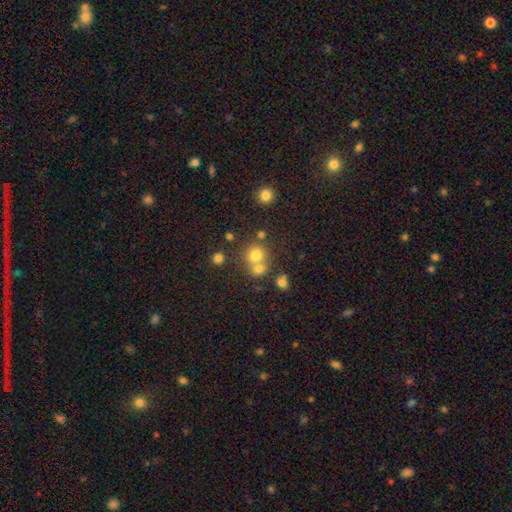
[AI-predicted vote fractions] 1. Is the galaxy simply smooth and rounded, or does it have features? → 74% smooth, 16% star or artifact, 11% featured or disk.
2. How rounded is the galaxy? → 84% round, 15% in between, 1% cigar-shaped.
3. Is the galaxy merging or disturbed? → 49% none, 40% merger, 8% minor disturbance, 3% major disturbance.